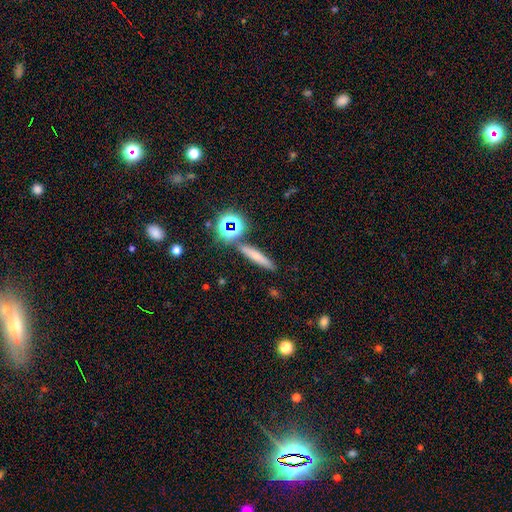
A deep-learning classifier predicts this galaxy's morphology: A smooth galaxy with no disk features (59%) that is cigar-shaped (81%). Merging: none (80%).